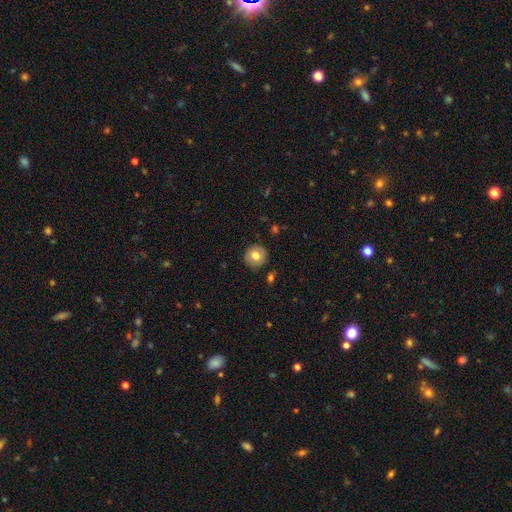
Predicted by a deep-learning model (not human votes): Overall: smooth (79%). How rounded: round (93%). Merging: none (88%).